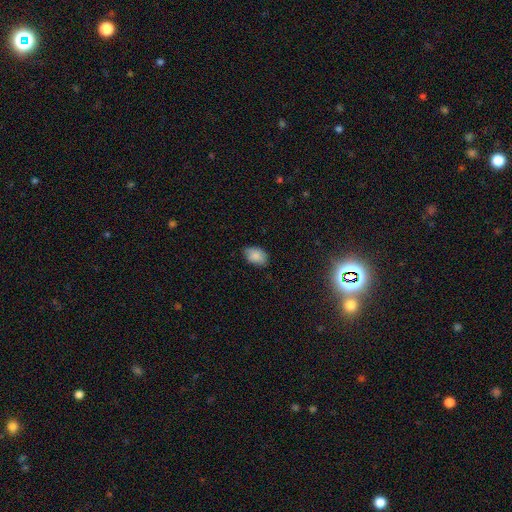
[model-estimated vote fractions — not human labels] smooth 85%, star or artifact 9%, featured or disk 7%. Down the decision tree: how rounded — in between (83%); merging — none (69%).